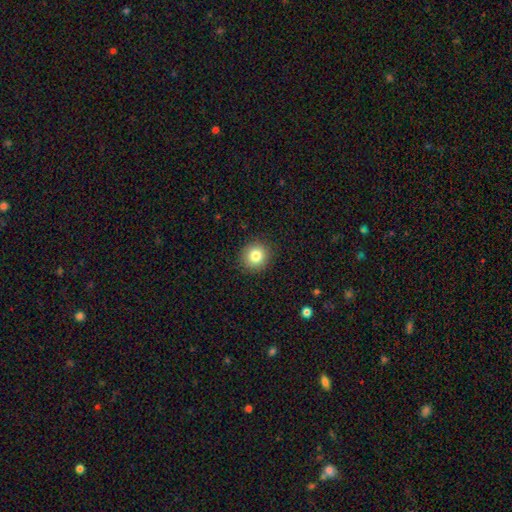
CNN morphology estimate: Overall: smooth (83%). How rounded: round (91%). Merging: none (91%).